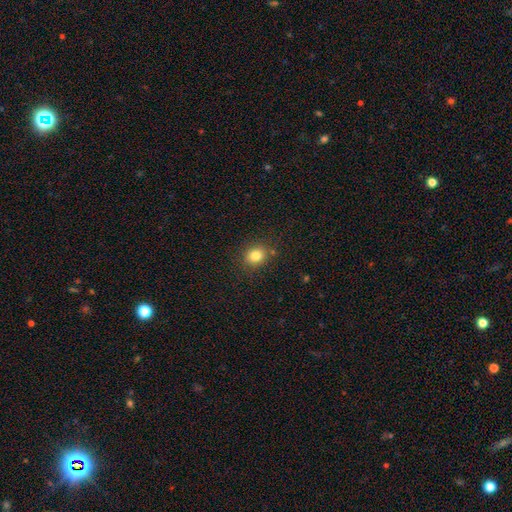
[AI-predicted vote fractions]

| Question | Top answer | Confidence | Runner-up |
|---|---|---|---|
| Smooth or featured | smooth | 81% | star or artifact (12%) |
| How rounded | round | 68% | in between (32%) |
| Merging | none | 85% | minor disturbance (10%) |